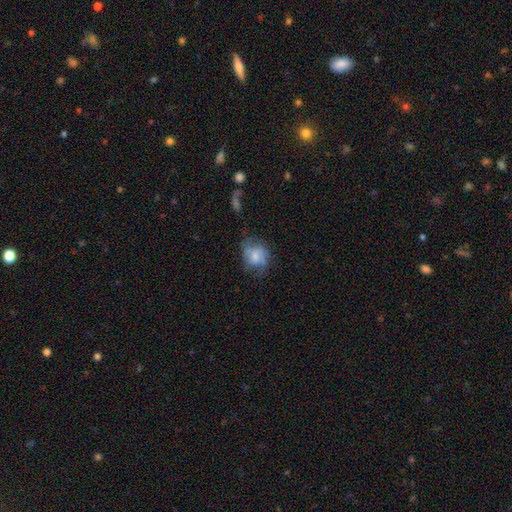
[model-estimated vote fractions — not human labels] featured or disk 49%, smooth 43%, star or artifact 8%. Down the decision tree: merging — none (50%).